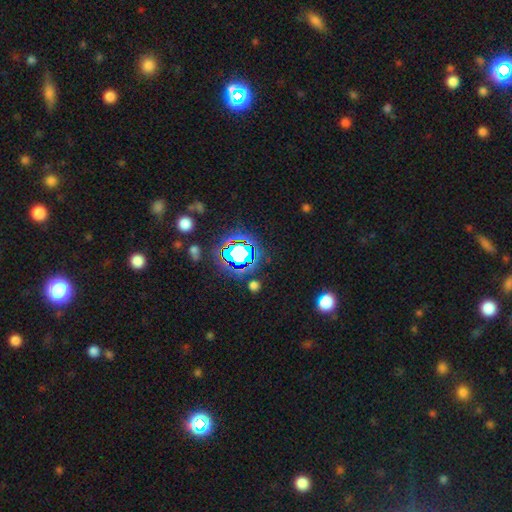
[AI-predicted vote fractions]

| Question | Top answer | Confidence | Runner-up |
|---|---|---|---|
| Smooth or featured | star or artifact | 80% | smooth (13%) |